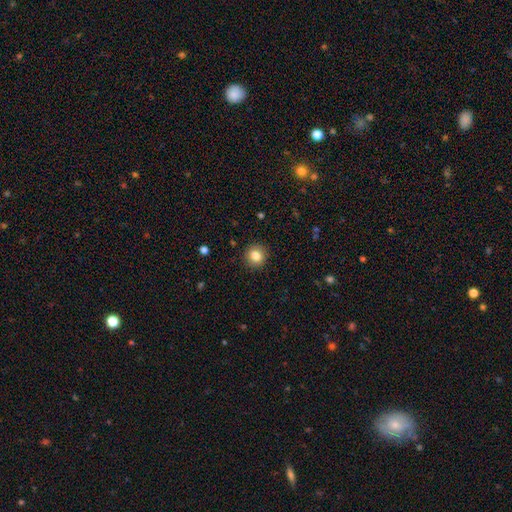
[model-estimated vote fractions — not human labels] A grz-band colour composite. It shows a smooth galaxy with no disk features (83%) that is round (89%). Merging: none (91%).